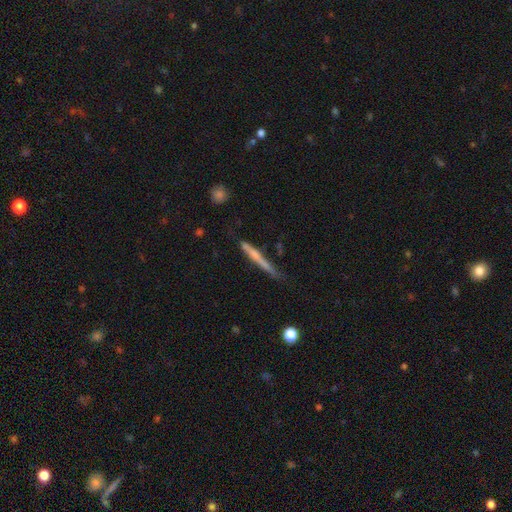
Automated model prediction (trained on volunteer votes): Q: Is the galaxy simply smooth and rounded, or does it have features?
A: smooth — 48%.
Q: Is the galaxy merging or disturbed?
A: none — 66%.